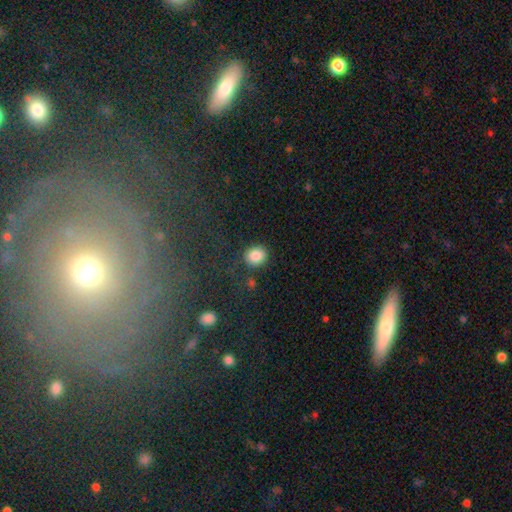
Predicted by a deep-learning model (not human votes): This appears to be a smooth galaxy with no disk features (85%) that is round (77%). Merging: none (82%).